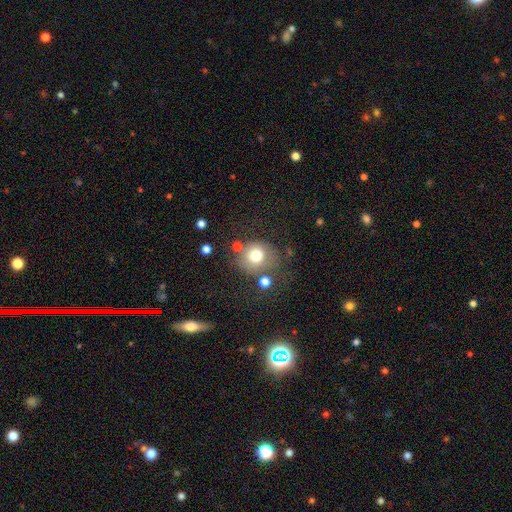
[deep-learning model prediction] Smooth or featured? Predicted: smooth (p=0.73). How rounded? Predicted: round (p=0.80). Merging? Predicted: none (p=0.59).